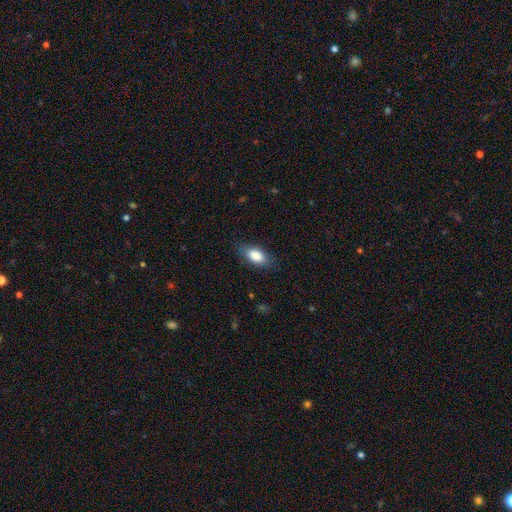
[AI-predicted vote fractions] smooth 84%, featured or disk 9%, star or artifact 7%. Down the decision tree: how rounded — in between (88%); merging — none (82%).